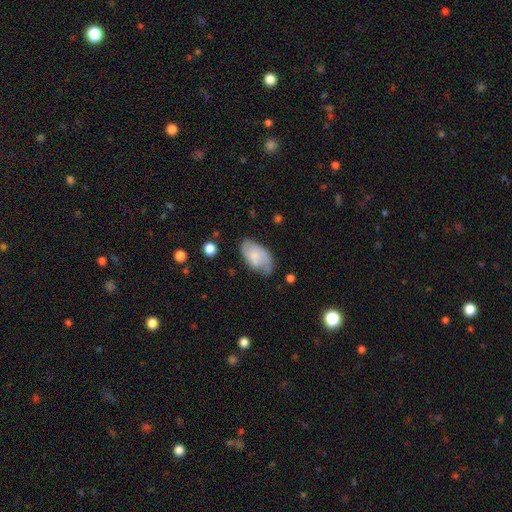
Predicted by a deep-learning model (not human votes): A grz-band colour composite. It shows a featured or disk galaxy (52%). Merging: none (58%).